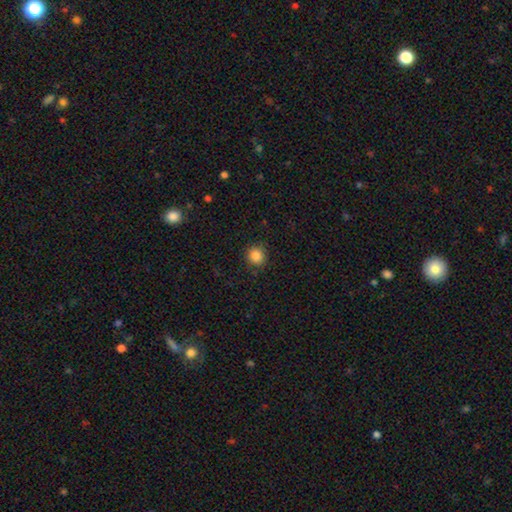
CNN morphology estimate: The model was most divided on "smooth or featured": smooth: 86%, star or artifact: 10%, featured or disk: 3%. More confident: how rounded — round (92%); merging — none (88%).